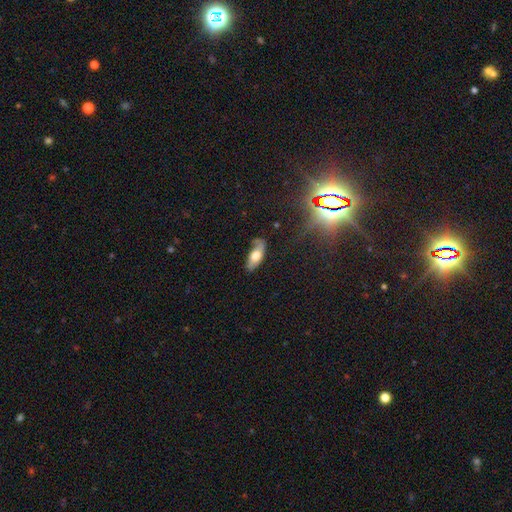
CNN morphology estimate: The model was most divided on "merging": none: 61%, minor disturbance: 27%, major disturbance: 9%, merger: 4%. More confident: how rounded — in between (79%); smooth or featured — smooth (64%).